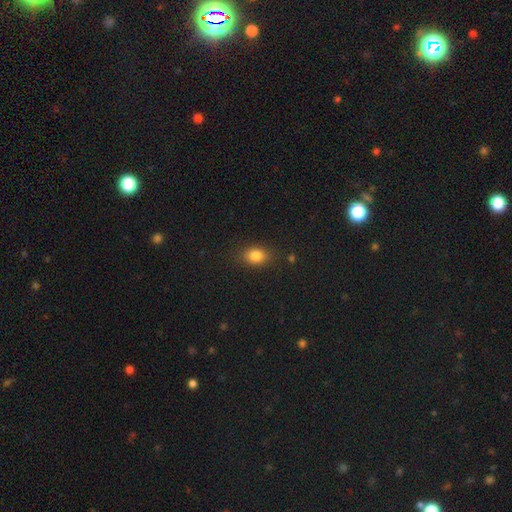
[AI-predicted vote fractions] A smooth galaxy with no disk features (83%) that is in between round and cigar-shaped (63%). Merging: none (82%).